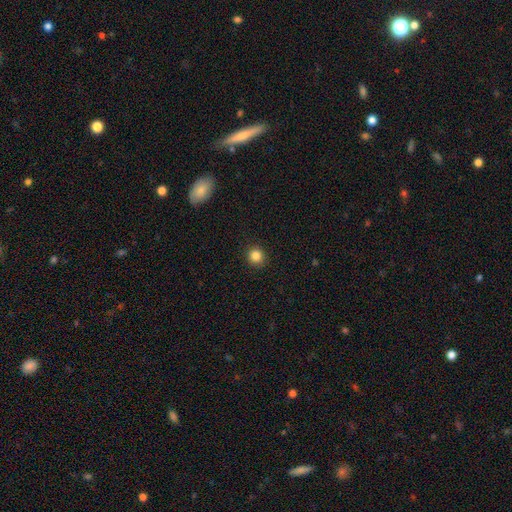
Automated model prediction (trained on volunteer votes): Smooth or featured: smooth — 84% (star or artifact — 11%)
How rounded: round — 92% (in between — 7%)
Merging: none — 92% (minor disturbance — 5%)